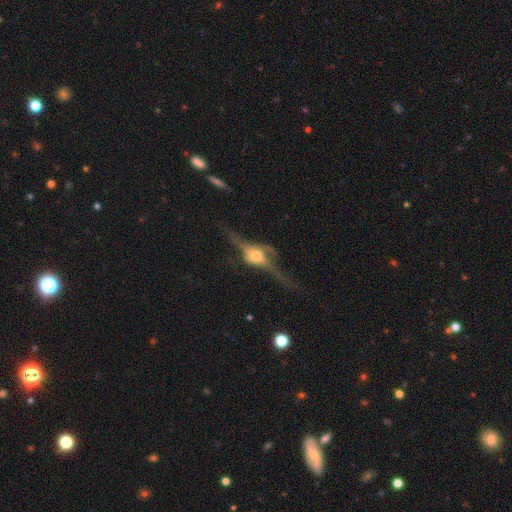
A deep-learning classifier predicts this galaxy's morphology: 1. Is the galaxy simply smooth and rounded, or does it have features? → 76% featured or disk, 15% smooth, 9% star or artifact.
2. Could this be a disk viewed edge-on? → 82% yes, 18% no.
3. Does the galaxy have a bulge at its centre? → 91% rounded, 8% boxy, 2% none.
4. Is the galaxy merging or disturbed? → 53% none, 25% major disturbance, 18% minor disturbance, 4% merger.